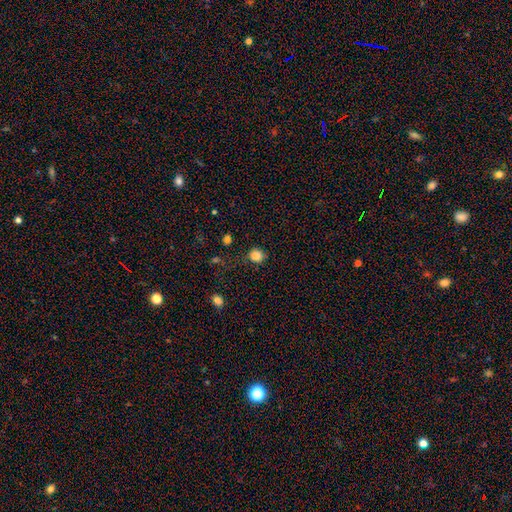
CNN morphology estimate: A smooth galaxy with no disk features (84%) that is round (86%).

Vote fractions:
- Smooth or featured? smooth: 84% / star or artifact: 12% / featured or disk: 4%
- How rounded? round: 86% / in between: 13% / cigar-shaped: 1%
- Merging? none: 81% / minor disturbance: 13% / major disturbance: 4% / merger: 2%